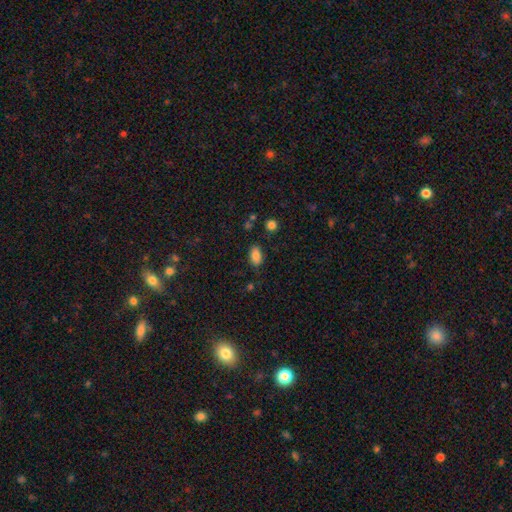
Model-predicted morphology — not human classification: A smooth galaxy with no disk features (85%) that is in between round and cigar-shaped (91%).

Vote fractions:
- Smooth or featured? smooth: 85% / star or artifact: 9% / featured or disk: 6%
- How rounded? in between: 91% / round: 6% / cigar-shaped: 3%
- Merging? none: 78% / minor disturbance: 15% / major disturbance: 4% / merger: 3%